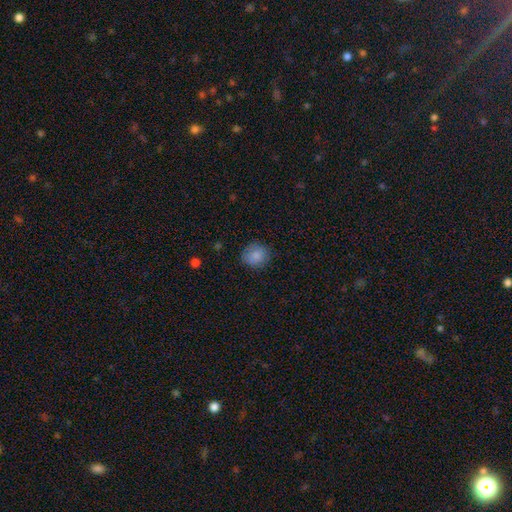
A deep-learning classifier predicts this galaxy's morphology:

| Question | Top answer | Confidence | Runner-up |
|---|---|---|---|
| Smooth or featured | smooth | 85% | star or artifact (9%) |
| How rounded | round | 79% | in between (20%) |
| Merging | none | 80% | minor disturbance (15%) |